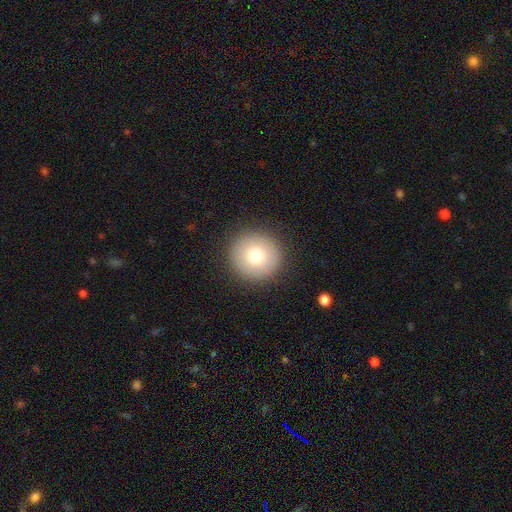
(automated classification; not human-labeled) Smooth or featured: smooth — 79% (featured or disk — 12%)
How rounded: round — 94% (in between — 5%)
Merging: none — 91% (minor disturbance — 6%)